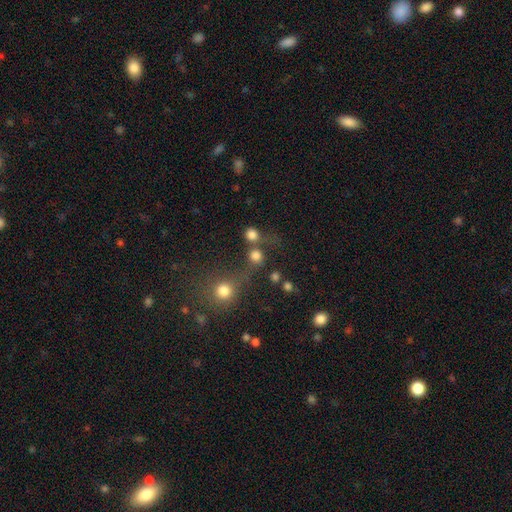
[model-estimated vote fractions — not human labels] A smooth galaxy with no disk features (78%) that is round (90%).

Vote fractions:
- Smooth or featured? smooth: 78% / star or artifact: 15% / featured or disk: 7%
- How rounded? round: 90% / in between: 9% / cigar-shaped: 1%
- Merging? none: 57% / merger: 29% / minor disturbance: 8% / major disturbance: 7%